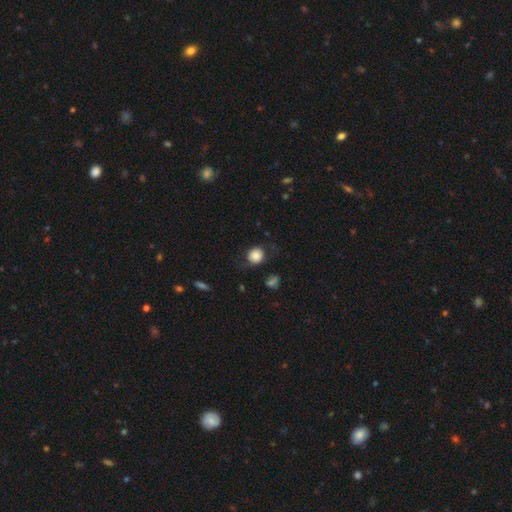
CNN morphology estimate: The model was most divided on "merging": none: 72%, minor disturbance: 17%, major disturbance: 9%, merger: 3%. More confident: how rounded — round (81%); smooth or featured — smooth (78%).